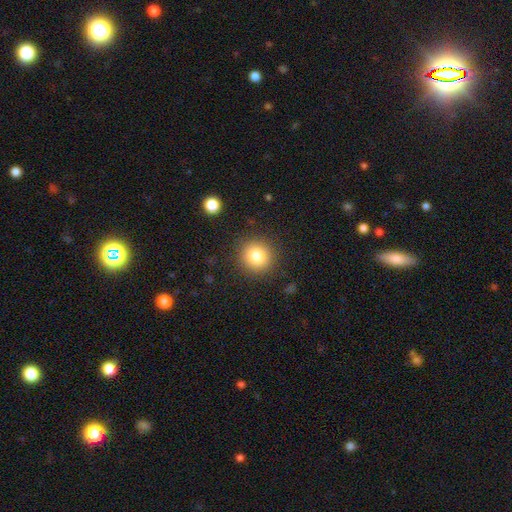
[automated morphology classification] Smooth or featured?
  - smooth: 81% *
  - star or artifact: 11%
  - featured or disk: 8%
How rounded?
  - round: 93% *
  - in between: 6%
  - cigar-shaped: 1%
Merging?
  - none: 89% *
  - minor disturbance: 7%
  - major disturbance: 3%
  - merger: 1%